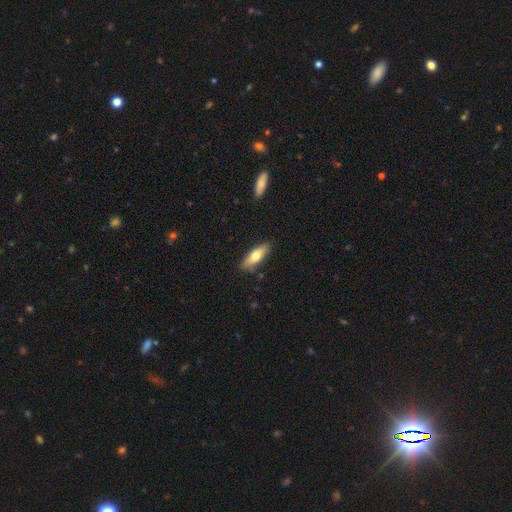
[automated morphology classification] This appears to be a smooth galaxy with no disk features (67%) that is in between round and cigar-shaped (50%). Merging: none (85%).